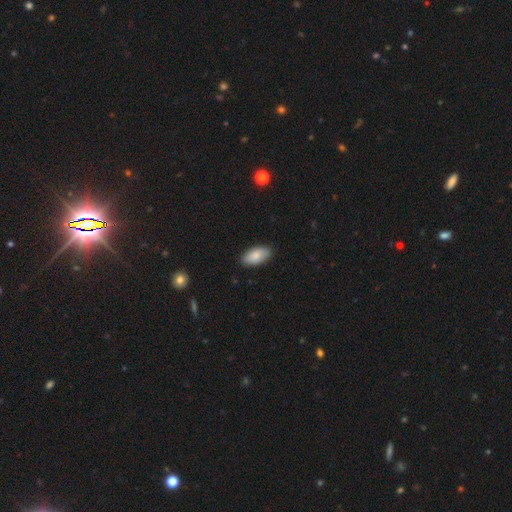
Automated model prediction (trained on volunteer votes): The model was most divided on "merging": none: 87%, minor disturbance: 10%, major disturbance: 2%, merger: 1%. More confident: how rounded — in between (93%); smooth or featured — smooth (87%).